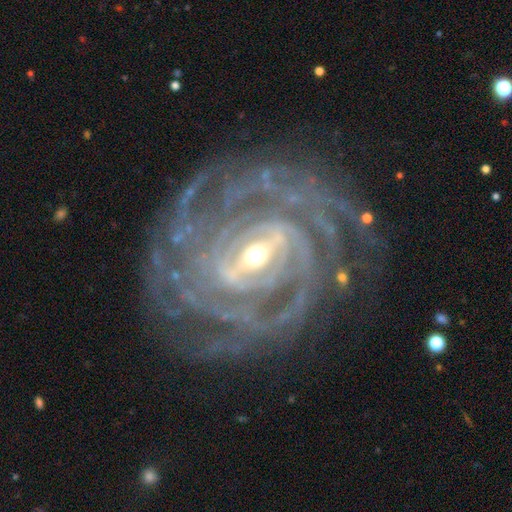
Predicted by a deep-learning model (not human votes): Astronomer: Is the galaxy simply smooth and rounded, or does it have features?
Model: featured or disk — 92%.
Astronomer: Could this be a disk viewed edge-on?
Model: no — 97%.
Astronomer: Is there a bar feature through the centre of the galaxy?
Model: strong — 52% (runner-up: weak, 36%).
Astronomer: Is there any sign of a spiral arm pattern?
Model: yes — 98%.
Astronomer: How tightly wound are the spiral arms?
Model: tight — 78%.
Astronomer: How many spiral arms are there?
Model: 4 — 23%, tied with can't tell at 23%.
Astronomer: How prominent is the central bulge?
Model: small — 50% (runner-up: moderate, 45%).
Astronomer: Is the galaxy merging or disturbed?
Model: none — 77%.